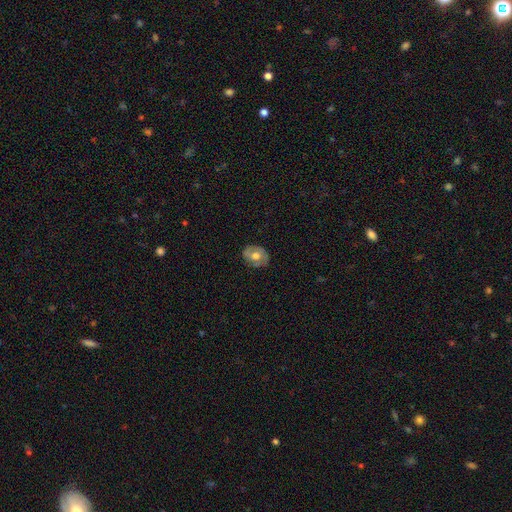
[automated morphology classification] smooth_or_featured: featured or disk (p=0.48) [alt: smooth p=0.45]
merging: none (p=0.76) [alt: minor disturbance p=0.18]